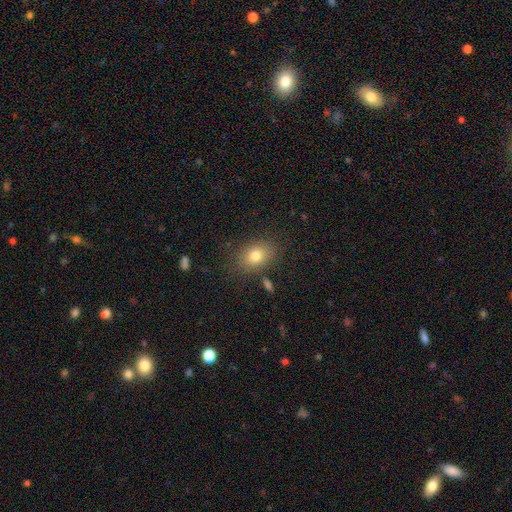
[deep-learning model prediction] A smooth galaxy with no disk features (78%) that is in between round and cigar-shaped (70%). Merging: none (80%).